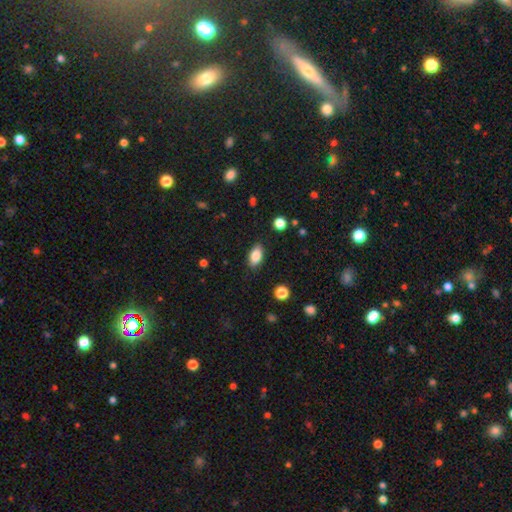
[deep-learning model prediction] Smooth or featured?
  - smooth: 85% *
  - star or artifact: 8%
  - featured or disk: 7%
How rounded?
  - in between: 91% *
  - round: 5%
  - cigar-shaped: 4%
Merging?
  - none: 86% *
  - minor disturbance: 10%
  - major disturbance: 3%
  - merger: 1%